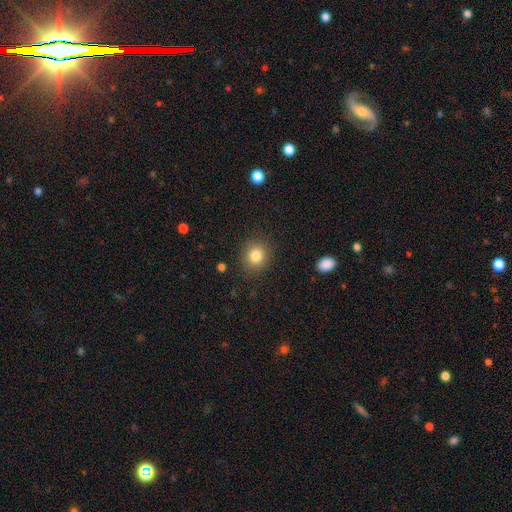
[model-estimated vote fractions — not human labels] A smooth galaxy with no disk features (82%) that is round (80%).

Vote fractions:
- Smooth or featured? smooth: 82% / star or artifact: 11% / featured or disk: 7%
- How rounded? round: 80% / in between: 19% / cigar-shaped: 1%
- Merging? none: 88% / minor disturbance: 8% / major disturbance: 3% / merger: 1%